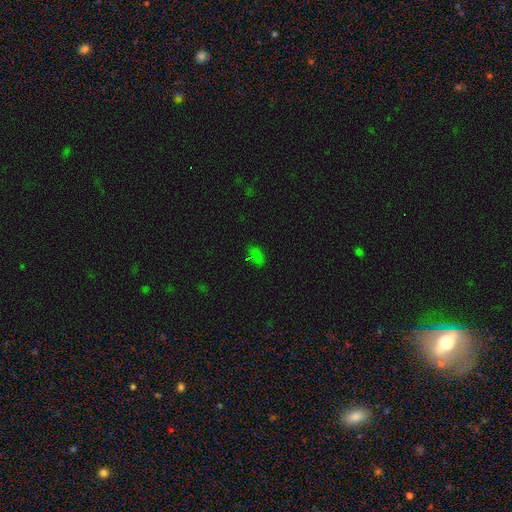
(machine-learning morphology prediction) Smooth or featured? smooth (67%)
How rounded? in between (84%)
Merging? none (75%)